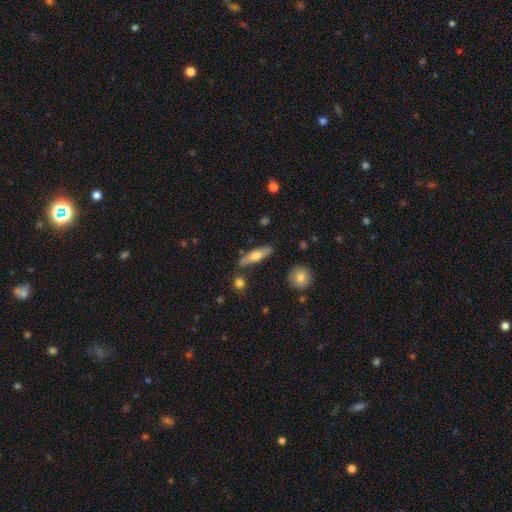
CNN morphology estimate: Smooth or featured? smooth (60%)
How rounded? cigar-shaped (59%)
Merging? none (79%)